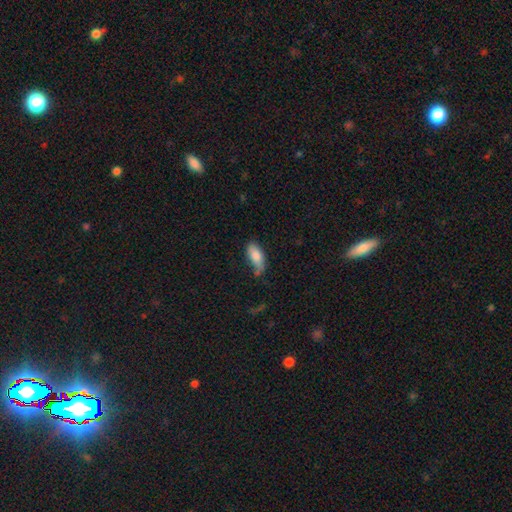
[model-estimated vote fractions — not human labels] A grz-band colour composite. It shows a smooth galaxy with no disk features (82%) that is in between round and cigar-shaped (84%). Merging: none (56%).